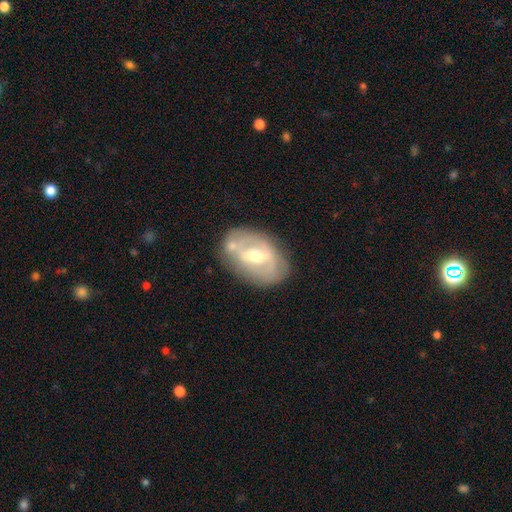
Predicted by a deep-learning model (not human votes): A featured or disk galaxy (70%) with a weak bar (43%), no spiral arms (50%, tied with yes) and a moderate central bulge (68%).

Vote fractions:
- Smooth or featured? featured or disk: 70% / smooth: 24% / star or artifact: 6%
- Edge-on disk? no: 94% / yes: 6%
- Bar? weak: 43% / strong: 37% / no: 20%
- Spiral arms? no: 50% (tied) / yes: 50% (tied)
- Bulge size? moderate: 68% / small: 24% / large: 6% / none: 1% / dominant: 1%
- Merging? none: 65% / minor disturbance: 20% / merger: 9% / major disturbance: 7%